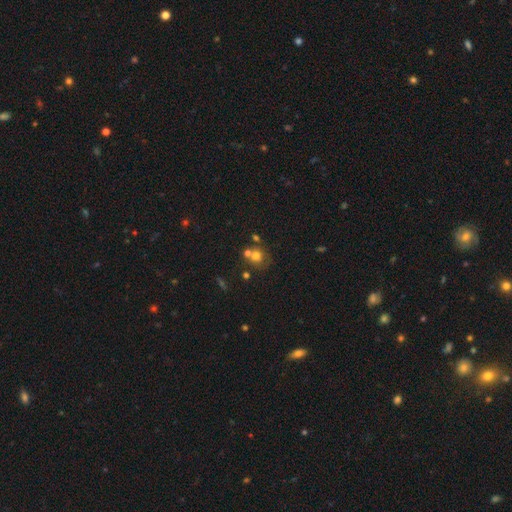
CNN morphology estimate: A smooth galaxy with no disk features (65%) that is round (78%).

Vote fractions:
- Smooth or featured? smooth: 65% / featured or disk: 19% / star or artifact: 16%
- How rounded? round: 78% / in between: 21% / cigar-shaped: 1%
- Merging? none: 44% / merger: 39% / minor disturbance: 11% / major disturbance: 6%